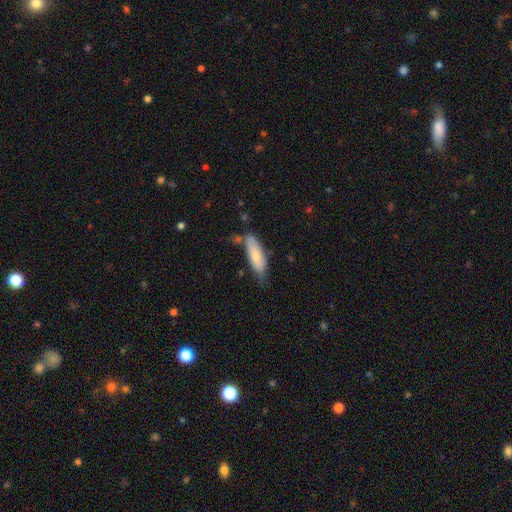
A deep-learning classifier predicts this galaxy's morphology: Smooth or featured? Predicted: smooth (p=0.72). How rounded? Predicted: in between (p=0.51). Merging? Predicted: none (p=0.53).